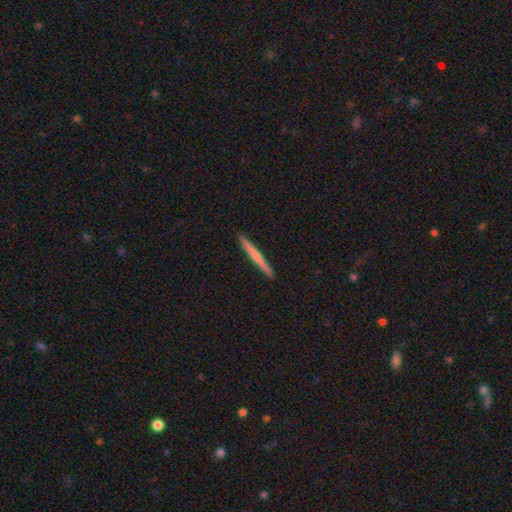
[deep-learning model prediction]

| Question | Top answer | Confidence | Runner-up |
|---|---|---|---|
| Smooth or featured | smooth | 57% | featured or disk (38%) |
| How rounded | cigar-shaped | 97% | in between (2%) |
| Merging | none | 93% | minor disturbance (5%) |